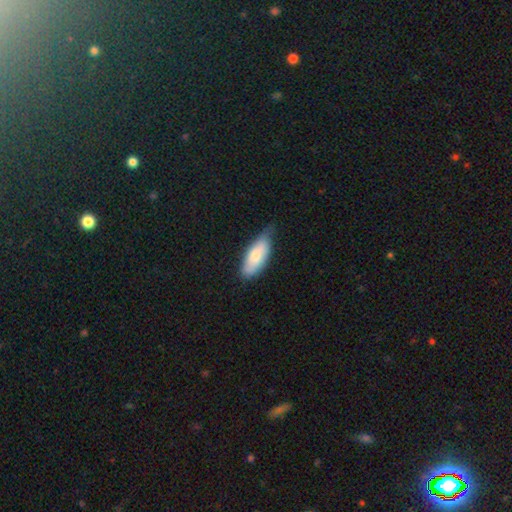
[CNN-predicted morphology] A smooth galaxy with no disk features (72%) that is in between round and cigar-shaped (81%). Merging: none (51%).